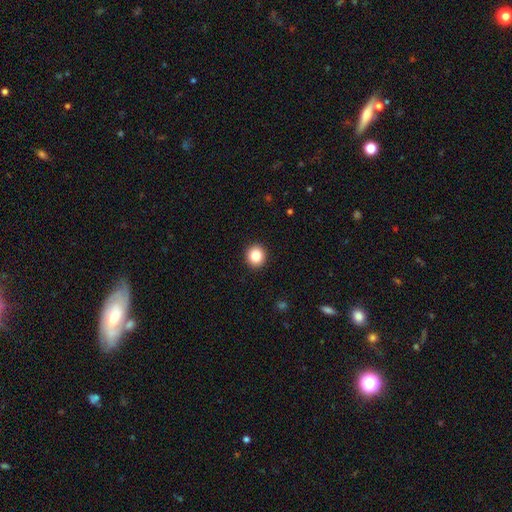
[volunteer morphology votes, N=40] A smooth galaxy with no disk features (72%) that is round (97%).

Vote fractions:
- Smooth or featured? smooth: 72% / featured or disk: 20% / star or artifact: 8%
- How rounded? round: 97% / in between: 3% / cigar-shaped: 0%
- Merging? none: 86% / minor disturbance: 8% / merger: 5% / major disturbance: 0%